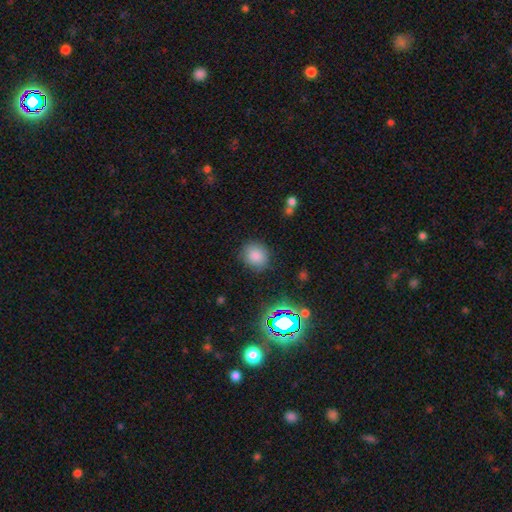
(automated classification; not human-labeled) Smooth or featured?
  - smooth: 80% *
  - star or artifact: 14%
  - featured or disk: 6%
How rounded?
  - round: 81% *
  - in between: 18%
  - cigar-shaped: 1%
Merging?
  - none: 84% *
  - minor disturbance: 11%
  - major disturbance: 3%
  - merger: 2%